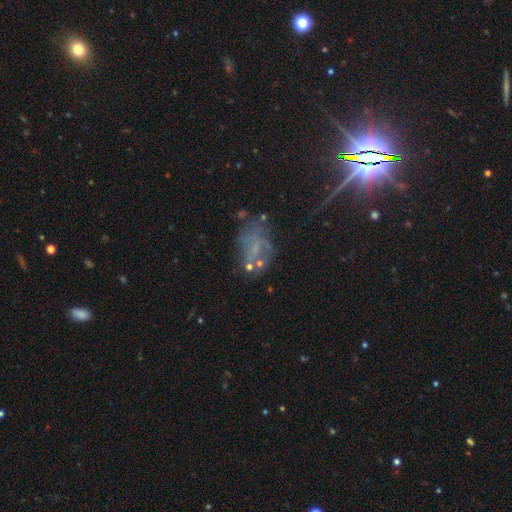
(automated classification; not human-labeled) smooth_or_featured: featured or disk (p=0.49) [alt: smooth p=0.28]
merging: none (p=0.45) [alt: major disturbance p=0.23]